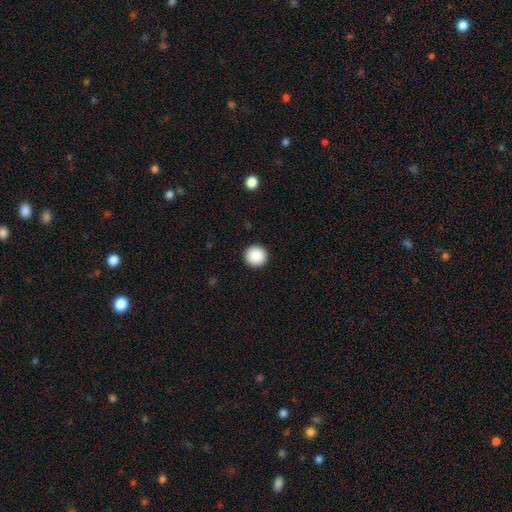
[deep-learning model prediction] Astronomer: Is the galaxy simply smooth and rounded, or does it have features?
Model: smooth — 89%.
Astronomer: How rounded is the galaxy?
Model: round — 96%.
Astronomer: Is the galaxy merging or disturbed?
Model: none — 93%.